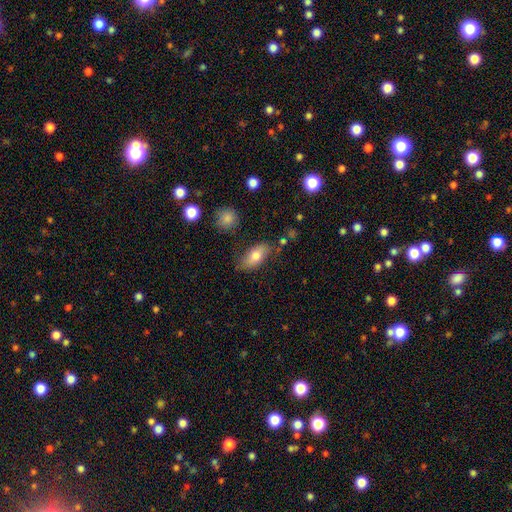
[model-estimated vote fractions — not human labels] Morphology: type=smooth (75%); roundness=in between (88%); merging=none (76%).